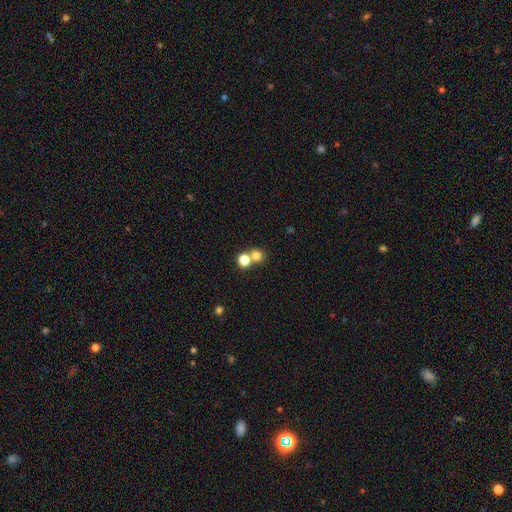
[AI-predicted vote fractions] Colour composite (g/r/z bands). It shows a smooth galaxy with no disk features (76%) that is round (87%). Merging: none (52%).